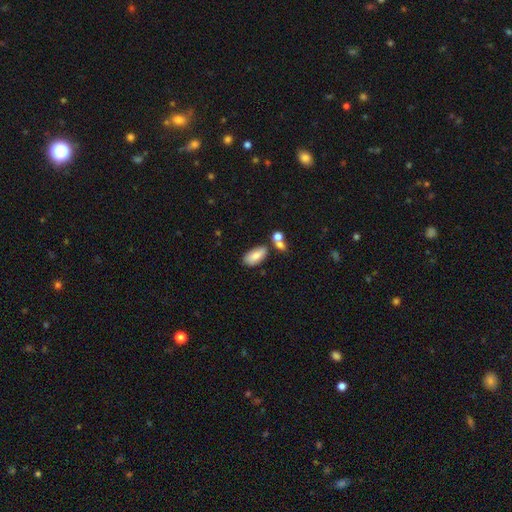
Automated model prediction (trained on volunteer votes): The model was most divided on "merging": none: 65%, merger: 16%, minor disturbance: 15%, major disturbance: 4%. More confident: how rounded — in between (90%); smooth or featured — smooth (80%).